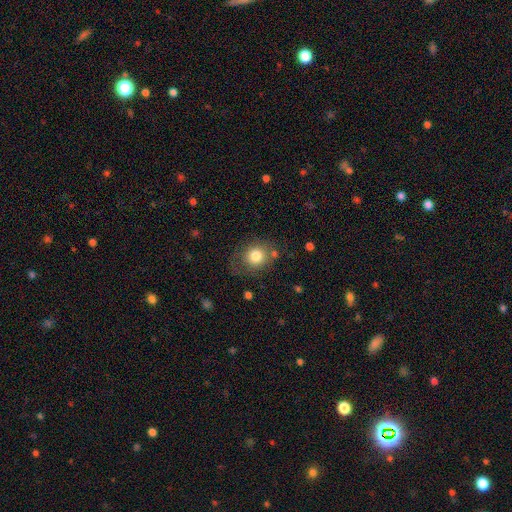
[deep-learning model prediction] Smooth or featured? Predicted: smooth (p=0.79). How rounded? Predicted: round (p=0.68). Merging? Predicted: none (p=0.68).